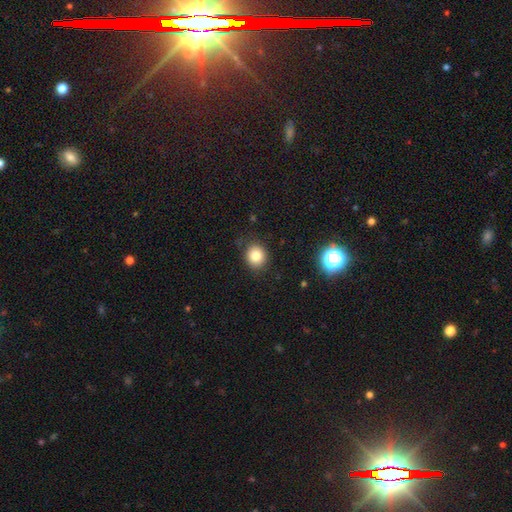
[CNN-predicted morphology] The model was most divided on "how rounded": round: 82%, in between: 17%, cigar-shaped: 1%. More confident: merging — none (84%); smooth or featured — smooth (82%).